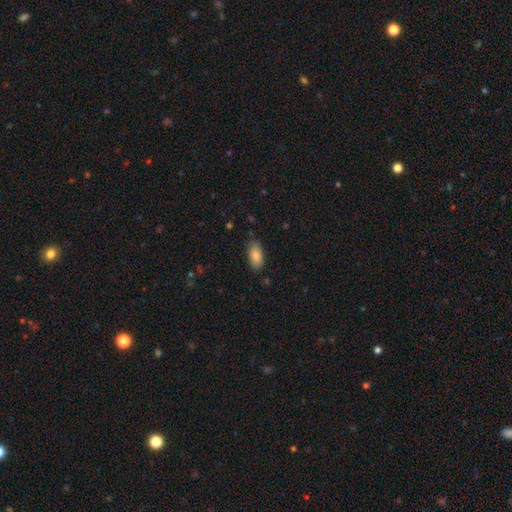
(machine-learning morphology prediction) Smooth or featured? Predicted: smooth (p=0.86). How rounded? Predicted: in between (p=0.91). Merging? Predicted: none (p=0.83).